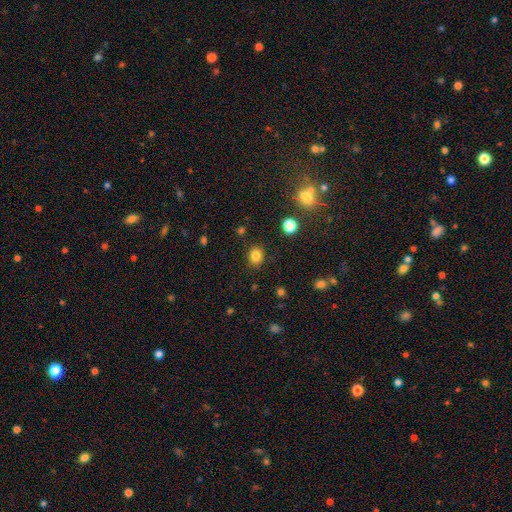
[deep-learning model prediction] Smooth or featured?
  - smooth: 82% *
  - star or artifact: 13%
  - featured or disk: 5%
How rounded?
  - round: 58% *
  - in between: 41%
  - cigar-shaped: 1%
Merging?
  - none: 86% *
  - minor disturbance: 9%
  - major disturbance: 3%
  - merger: 2%